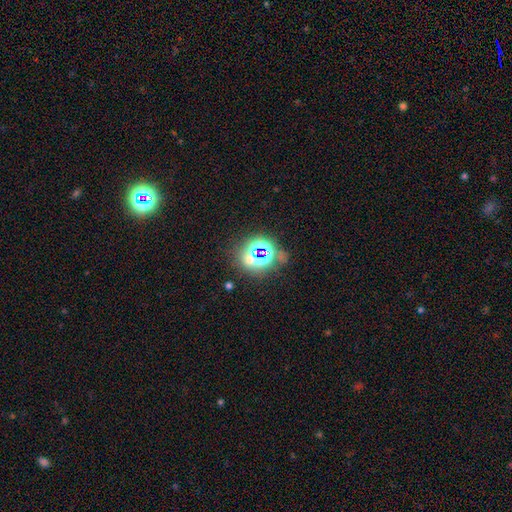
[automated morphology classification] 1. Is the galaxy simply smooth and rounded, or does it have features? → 68% star or artifact, 21% smooth, 11% featured or disk.